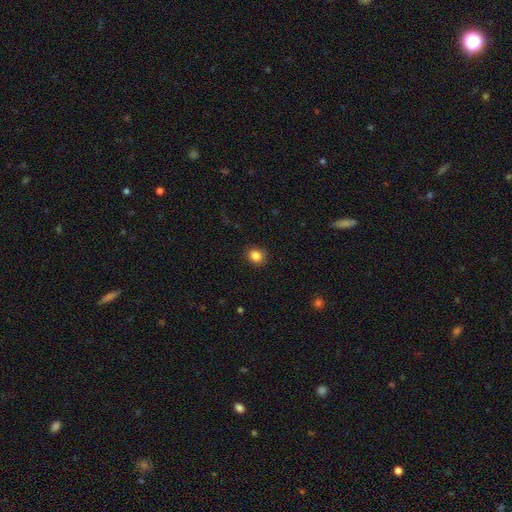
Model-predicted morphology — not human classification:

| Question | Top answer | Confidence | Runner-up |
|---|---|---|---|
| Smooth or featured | smooth | 85% | star or artifact (10%) |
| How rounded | round | 79% | in between (20%) |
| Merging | none | 86% | minor disturbance (10%) |